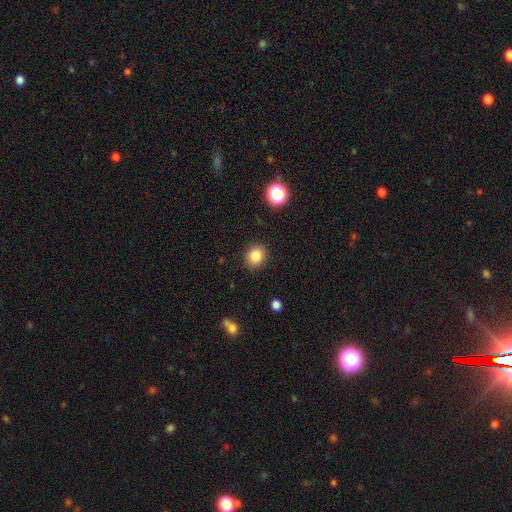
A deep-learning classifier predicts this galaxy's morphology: This appears to be a smooth galaxy with no disk features (85%) that is round (81%). Merging: none (89%).